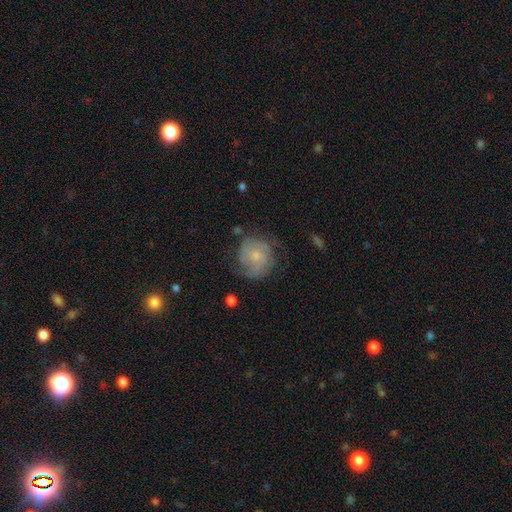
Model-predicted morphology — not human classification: The model was most divided on "smooth or featured": featured or disk: 52%, smooth: 40%, star or artifact: 8%. More confident: edge-on disk — no (97%); bar — no (78%); spiral arms — yes (77%); bulge size — small (60%); merging — none (60%).